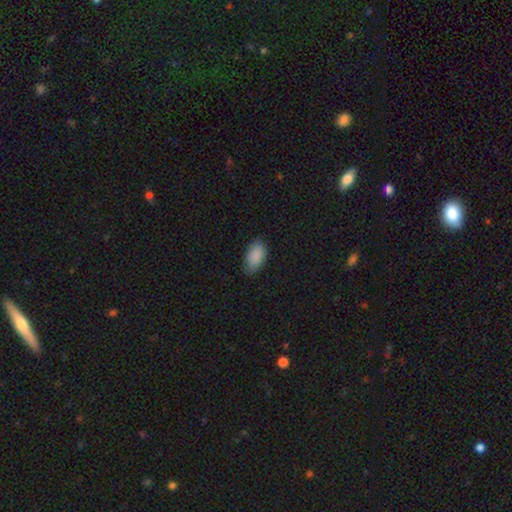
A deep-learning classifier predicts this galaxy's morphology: This appears to be a smooth galaxy with no disk features (89%) that is in between round and cigar-shaped (94%). Merging: none (75%).